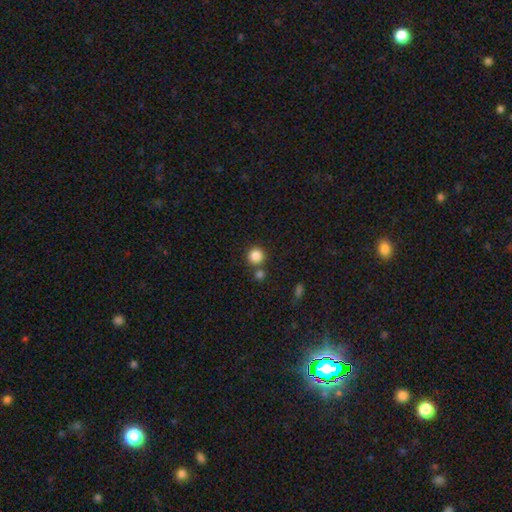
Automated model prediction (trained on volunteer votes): The model was most divided on "merging": none: 75%, merger: 15%, minor disturbance: 7%, major disturbance: 3%. More confident: how rounded — round (94%); smooth or featured — smooth (86%).